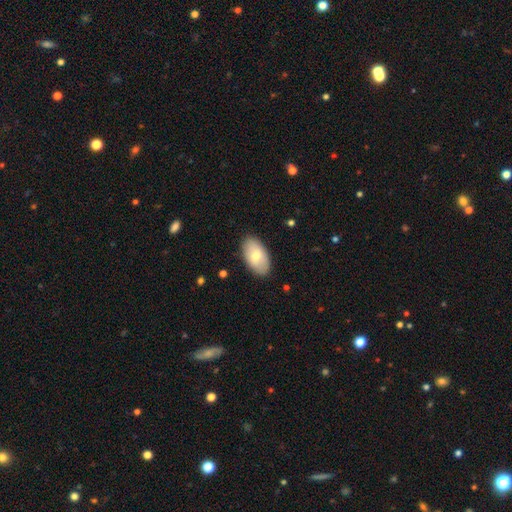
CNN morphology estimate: This is likely a smooth galaxy (69%). How rounded: clearly in between (94%). Merging: clearly none (87%).